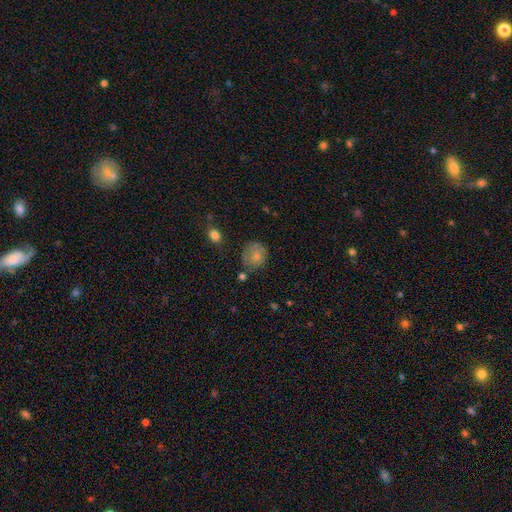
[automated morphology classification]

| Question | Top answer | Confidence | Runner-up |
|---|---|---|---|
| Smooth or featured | smooth | 78% | featured or disk (12%) |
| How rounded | round | 77% | in between (22%) |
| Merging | none | 62% | minor disturbance (25%) |